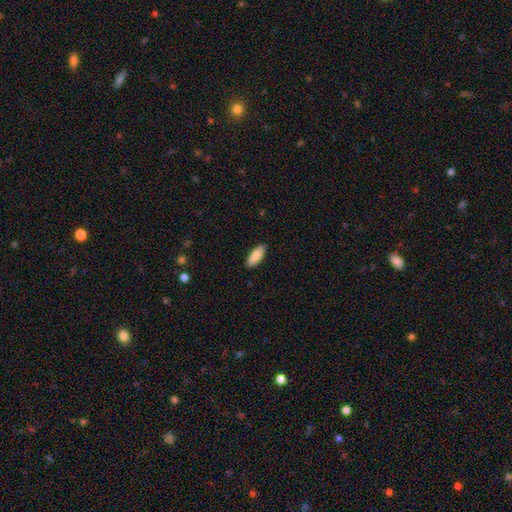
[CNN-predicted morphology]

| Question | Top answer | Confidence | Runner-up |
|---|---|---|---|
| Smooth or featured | smooth | 88% | featured or disk (7%) |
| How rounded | in between | 76% | cigar-shaped (22%) |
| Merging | none | 89% | minor disturbance (8%) |